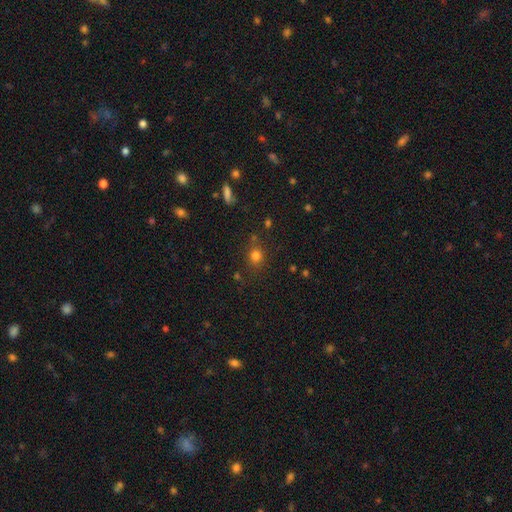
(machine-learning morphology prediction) Smooth or featured? smooth (77%)
How rounded? round (79%)
Merging? none (79%)